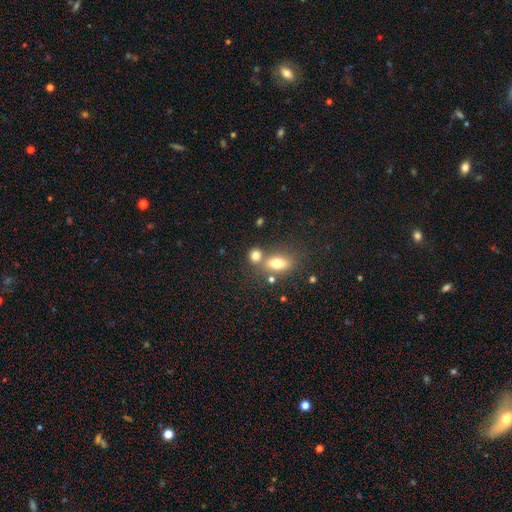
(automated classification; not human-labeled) A smooth galaxy with no disk features (78%) that is round (54%). Merging: none (50%).